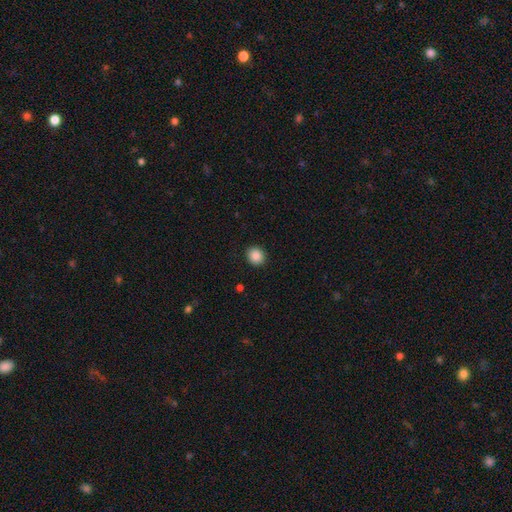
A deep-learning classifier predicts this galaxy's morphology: Q: Smooth or featured?
A: smooth (88%); runner-up: star or artifact (9%)
Q: How rounded?
A: round (80%); runner-up: in between (19%)
Q: Merging?
A: none (91%); runner-up: minor disturbance (6%)